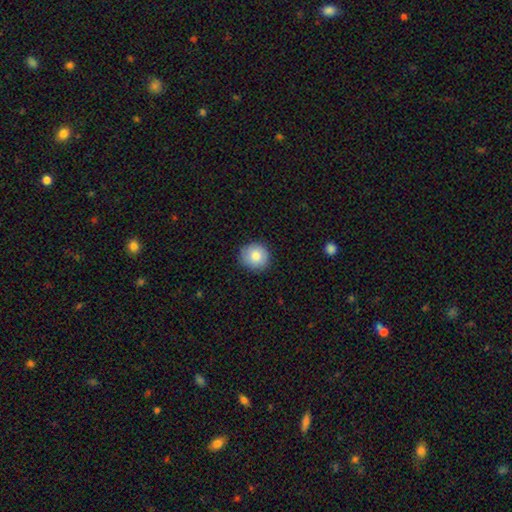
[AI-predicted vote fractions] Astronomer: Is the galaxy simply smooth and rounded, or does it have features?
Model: smooth — 82%.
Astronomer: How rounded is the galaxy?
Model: round — 90%.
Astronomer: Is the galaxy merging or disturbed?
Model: none — 86%.